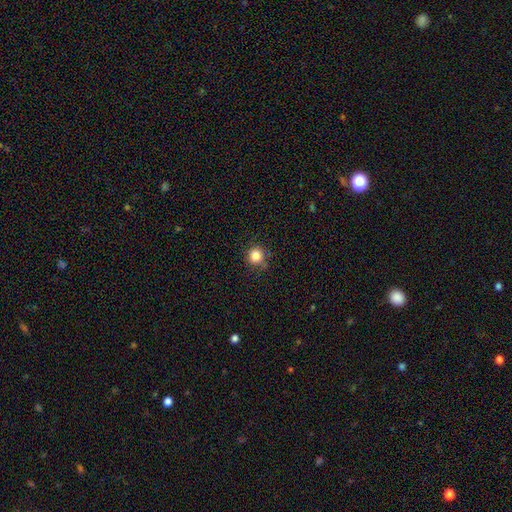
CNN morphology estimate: Smooth or featured: smooth — 84% (star or artifact — 12%)
How rounded: round — 92% (in between — 7%)
Merging: none — 80% (minor disturbance — 15%)